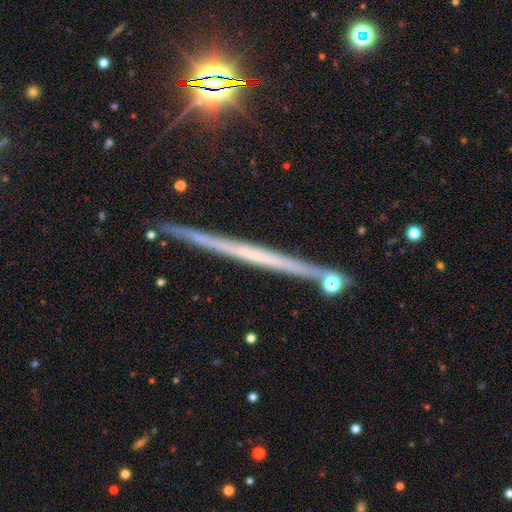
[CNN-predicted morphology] Smooth or featured?
  - featured or disk: 63% *
  - smooth: 24%
  - star or artifact: 13%
Edge-on disk?
  - yes: 97% *
  - no: 3%
Edge-on bulge?
  - none: 87% *
  - rounded: 8%
  - boxy: 4%
Merging?
  - none: 87% *
  - minor disturbance: 8%
  - merger: 3%
  - major disturbance: 2%